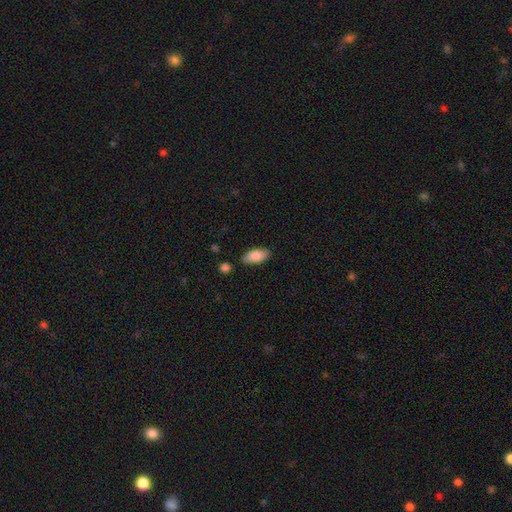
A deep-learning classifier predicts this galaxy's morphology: Q: Smooth or featured?
A: smooth (83%); runner-up: featured or disk (11%)
Q: How rounded?
A: in between (90%); runner-up: cigar-shaped (7%)
Q: Merging?
A: none (81%); runner-up: minor disturbance (13%)